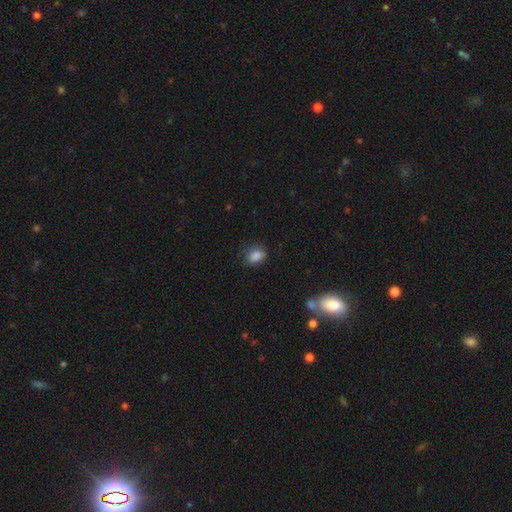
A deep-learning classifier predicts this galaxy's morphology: Q: Smooth or featured?
A: smooth (85%); runner-up: star or artifact (10%)
Q: How rounded?
A: in between (68%); runner-up: round (31%)
Q: Merging?
A: none (71%); runner-up: minor disturbance (22%)